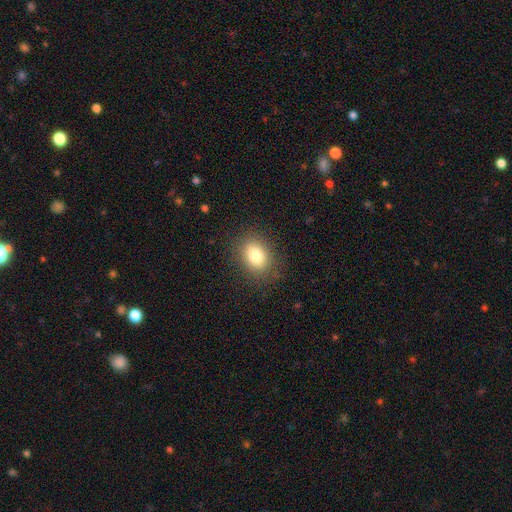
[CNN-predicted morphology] This appears to be a smooth galaxy with no disk features (82%) that is in between round and cigar-shaped (66%). Merging: none (85%).